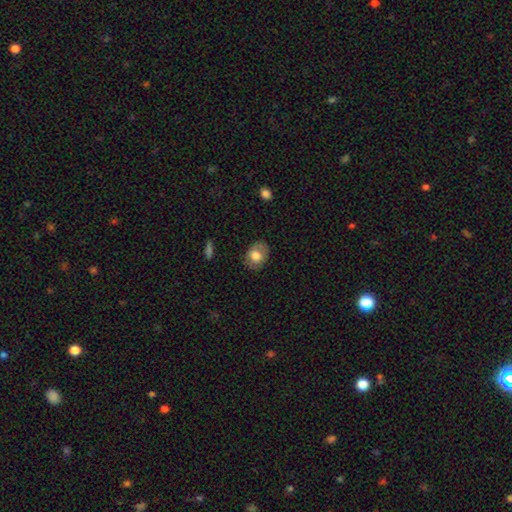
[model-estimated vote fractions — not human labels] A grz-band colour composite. It shows a smooth galaxy with no disk features (72%) that is in between round and cigar-shaped (61%). Merging: none (79%).